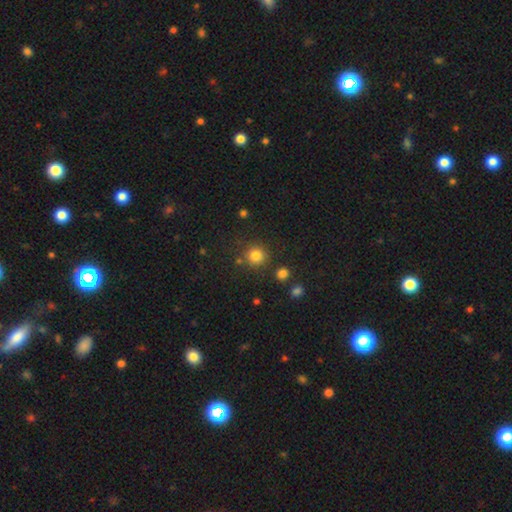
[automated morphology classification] Overall: smooth (82%). How rounded: round (93%). Merging: none (84%).